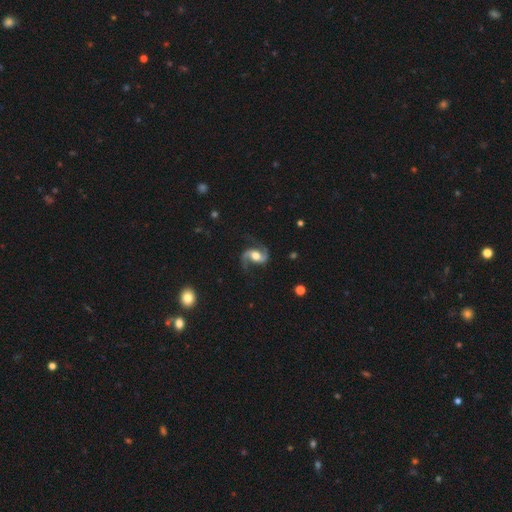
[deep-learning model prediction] This appears to be a featured or disk galaxy (91%) with no bar (43%), 2 (94%) loose (47%) spiral arms (98%) and a moderate central bulge (62%). Merging: none (78%).